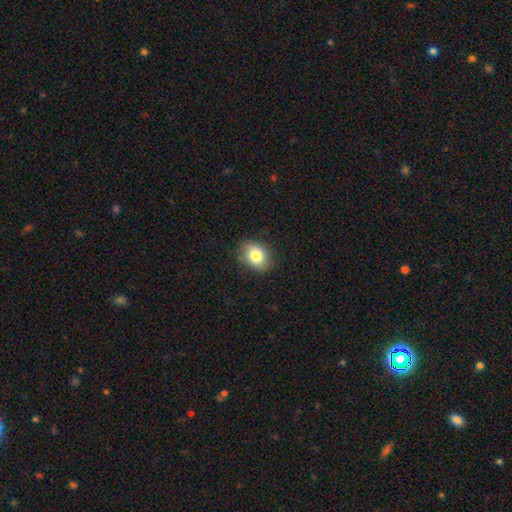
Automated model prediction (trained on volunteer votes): Overall: smooth (81%). How rounded: in between (63%; round 36%). Merging: none (80%).